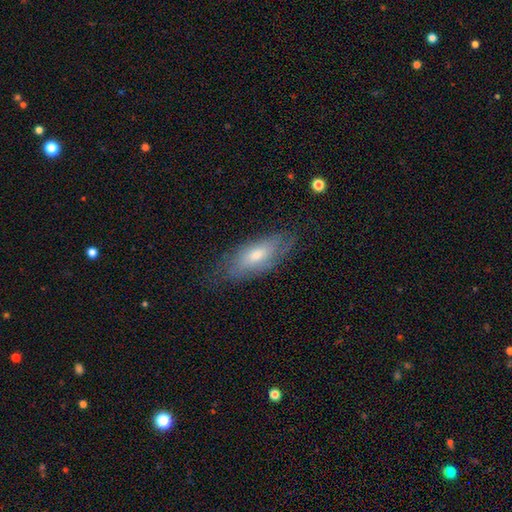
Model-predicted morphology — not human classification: smooth-or-featured: smooth: 53% | featured or disk: 39% | star or artifact: 7%
  how-rounded: in between: 73% | cigar-shaped: 24% | round: 3%
  merging: none: 70% | minor disturbance: 22% | major disturbance: 7% | merger: 1%